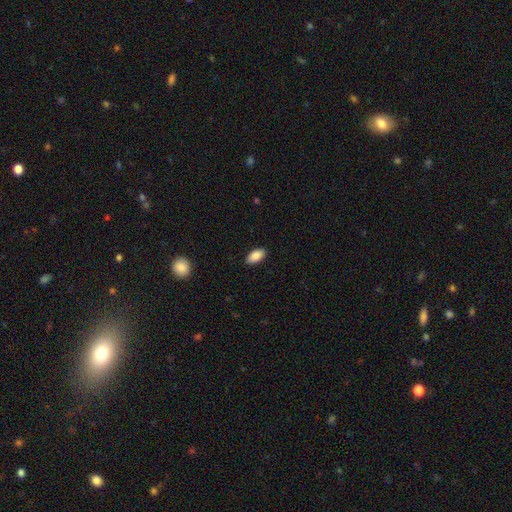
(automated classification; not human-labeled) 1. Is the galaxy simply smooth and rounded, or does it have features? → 88% smooth, 7% star or artifact, 5% featured or disk.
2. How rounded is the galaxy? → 93% in between, 5% cigar-shaped, 2% round.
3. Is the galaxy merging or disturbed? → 88% none, 9% minor disturbance, 2% major disturbance, 1% merger.